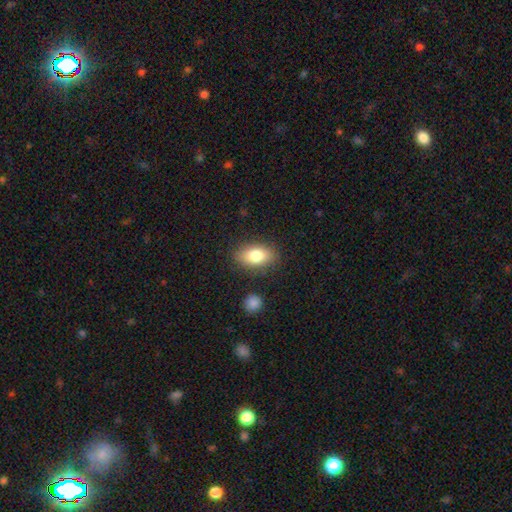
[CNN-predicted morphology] Q: Smooth or featured?
A: smooth (80%); runner-up: featured or disk (12%)
Q: How rounded?
A: in between (89%); runner-up: round (8%)
Q: Merging?
A: none (84%); runner-up: minor disturbance (11%)